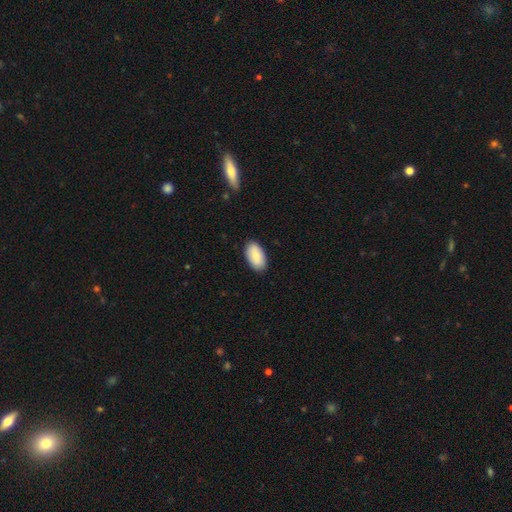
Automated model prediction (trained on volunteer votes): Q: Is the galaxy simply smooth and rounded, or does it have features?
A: smooth — 82%.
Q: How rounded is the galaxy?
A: in between — 95%.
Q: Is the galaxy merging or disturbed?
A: none — 88%.